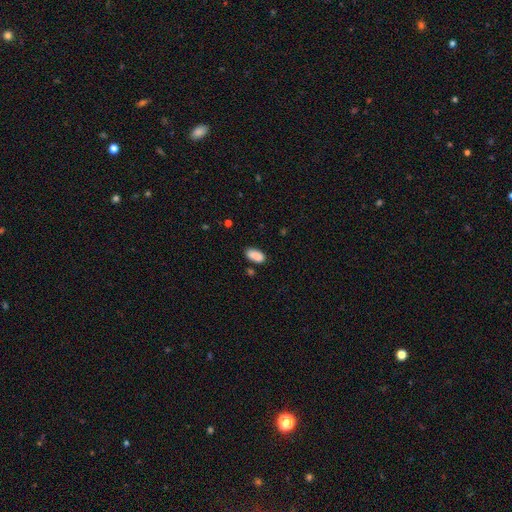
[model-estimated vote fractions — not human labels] This appears to be a smooth galaxy with no disk features (87%) that is in between round and cigar-shaped (92%). Merging: none (71%).